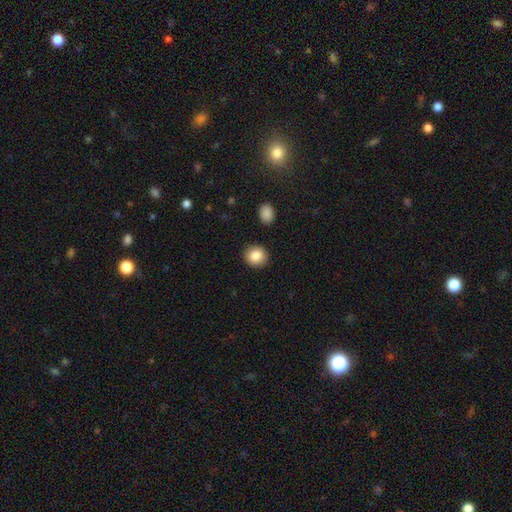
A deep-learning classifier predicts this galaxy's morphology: Smooth or featured?
  - smooth: 87% *
  - star or artifact: 8%
  - featured or disk: 5%
How rounded?
  - round: 81% *
  - in between: 18%
  - cigar-shaped: 1%
Merging?
  - none: 89% *
  - minor disturbance: 7%
  - major disturbance: 2%
  - merger: 2%